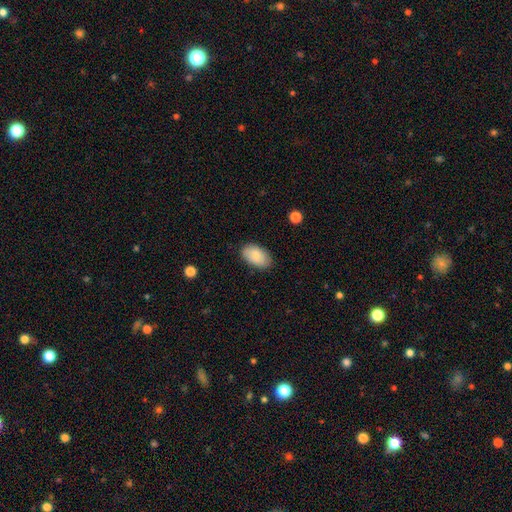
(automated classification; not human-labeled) Smooth or featured?
  - smooth: 79% *
  - featured or disk: 15%
  - star or artifact: 6%
How rounded?
  - in between: 93% *
  - round: 5%
  - cigar-shaped: 1%
Merging?
  - none: 84% *
  - minor disturbance: 13%
  - major disturbance: 3%
  - merger: 1%